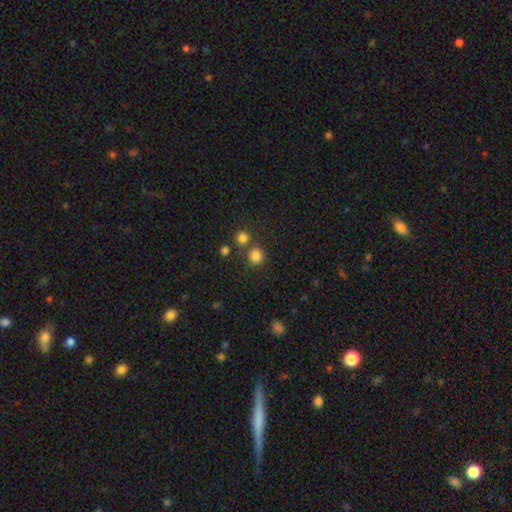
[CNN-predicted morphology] A smooth galaxy with no disk features (82%) that is round (89%).

Vote fractions:
- Smooth or featured? smooth: 82% / star or artifact: 14% / featured or disk: 5%
- How rounded? round: 89% / in between: 10% / cigar-shaped: 1%
- Merging? none: 70% / merger: 17% / minor disturbance: 9% / major disturbance: 4%